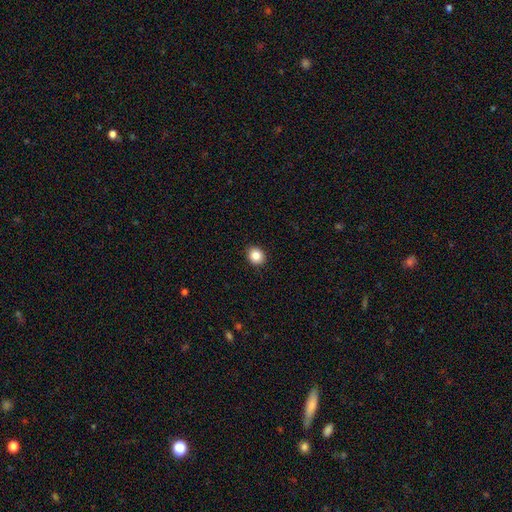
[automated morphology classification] A smooth galaxy with no disk features (86%) that is round (70%). Merging: none (92%).